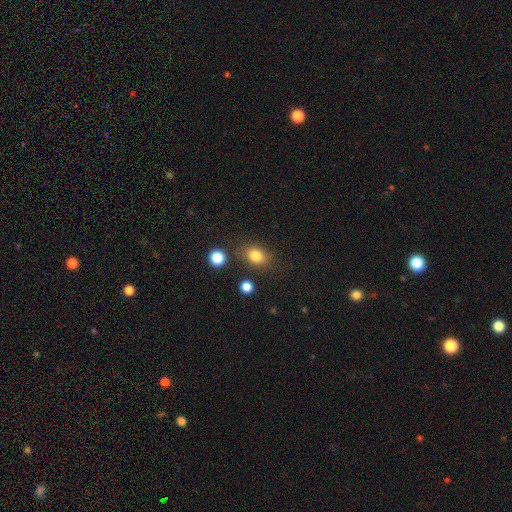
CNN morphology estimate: The model was most divided on "how rounded": in between: 58%, round: 40%, cigar-shaped: 1%. More confident: smooth or featured — smooth (81%); merging — none (80%).